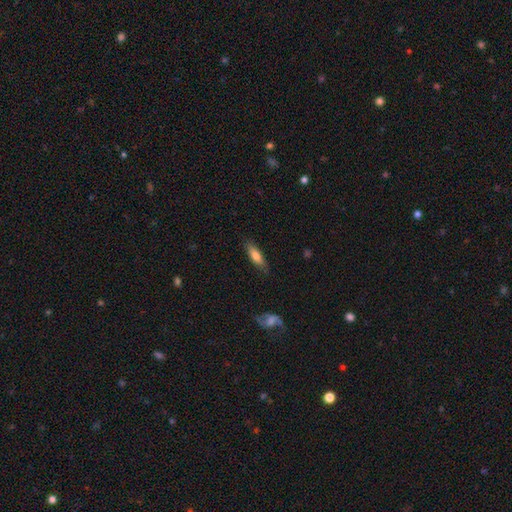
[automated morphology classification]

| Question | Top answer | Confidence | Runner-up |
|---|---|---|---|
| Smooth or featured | smooth | 73% | featured or disk (21%) |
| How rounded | cigar-shaped | 49% | tied: in between (49%) |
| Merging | none | 81% | minor disturbance (15%) |